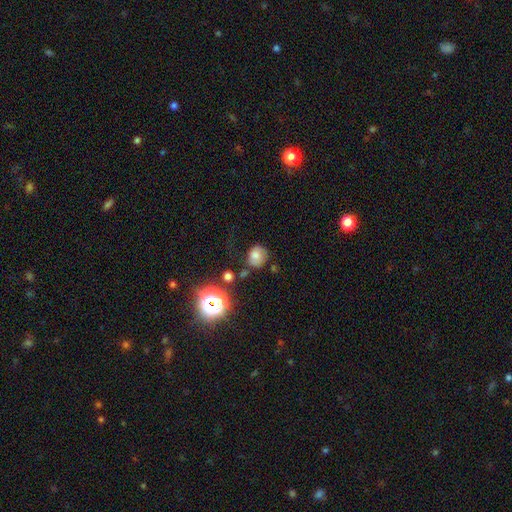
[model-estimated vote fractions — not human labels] This is likely a smooth galaxy (72%). How rounded: likely round (66%). Merging: likely none (60%).